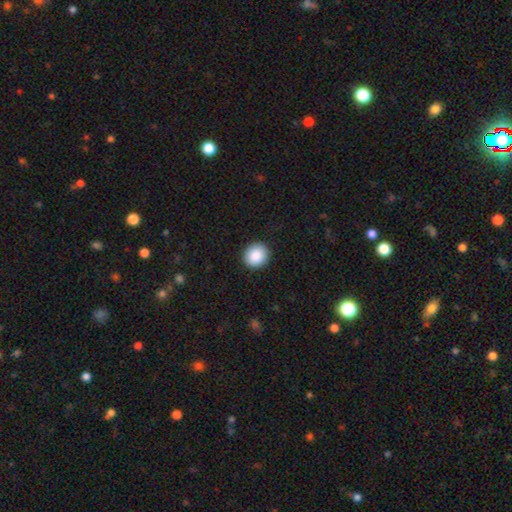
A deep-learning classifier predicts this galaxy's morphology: Smooth or featured: smooth — 89% (star or artifact — 7%)
How rounded: round — 83% (in between — 16%)
Merging: none — 92% (minor disturbance — 6%)